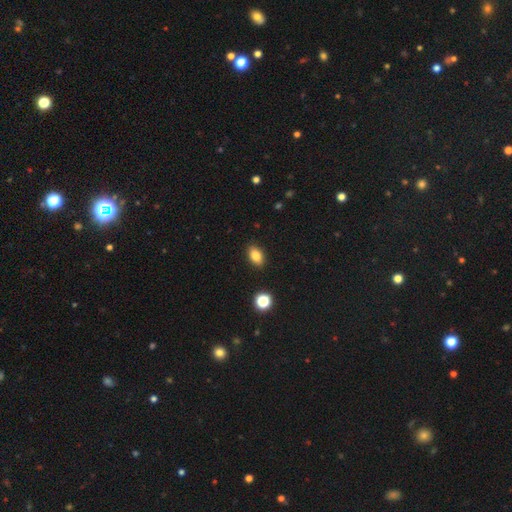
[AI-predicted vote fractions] Overall: smooth (83%). How rounded: in between (85%). Merging: none (88%).